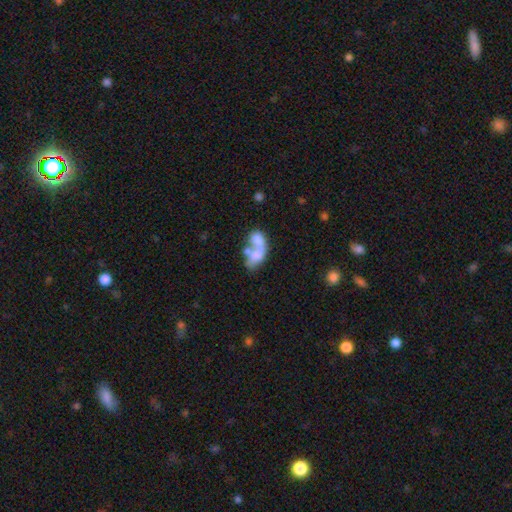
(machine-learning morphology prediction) type=smooth (53%); roundness=in between (86%); merging=merger (63%).